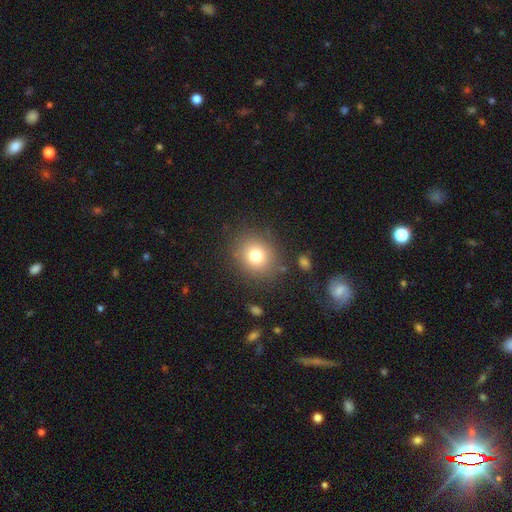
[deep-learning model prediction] smooth 77%, star or artifact 13%, featured or disk 11%. Down the decision tree: how rounded — round (76%); merging — none (84%).